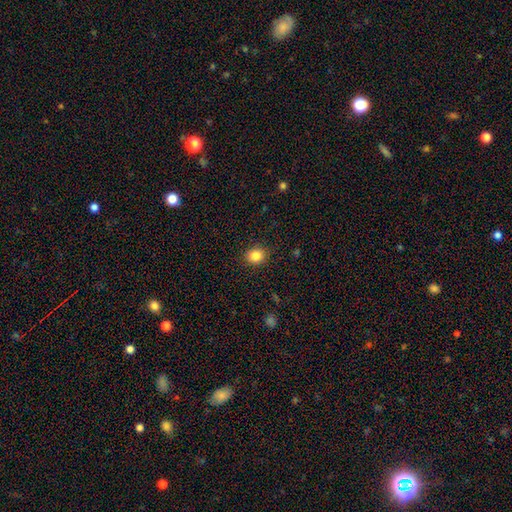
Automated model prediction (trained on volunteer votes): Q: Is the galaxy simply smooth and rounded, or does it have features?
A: smooth — 85%.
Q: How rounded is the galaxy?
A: round — 71%.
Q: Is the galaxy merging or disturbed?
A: none — 89%.